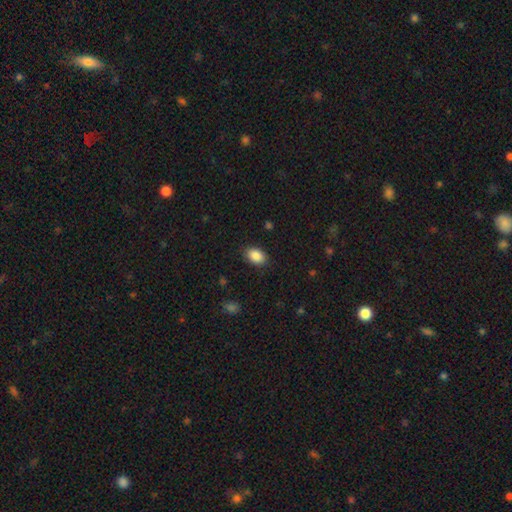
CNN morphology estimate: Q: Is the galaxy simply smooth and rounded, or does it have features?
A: smooth — 89%.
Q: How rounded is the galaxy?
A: in between — 86%.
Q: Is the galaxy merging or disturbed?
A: none — 88%.